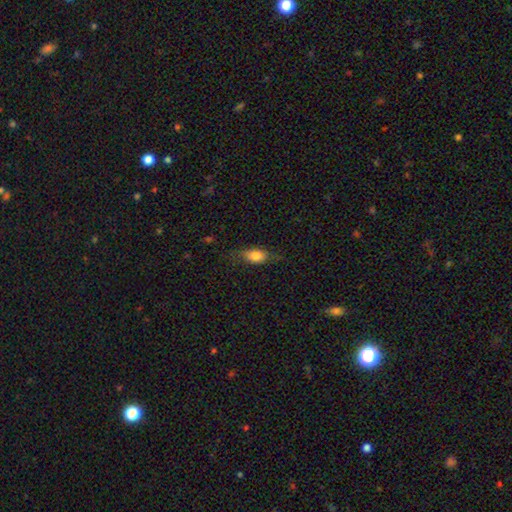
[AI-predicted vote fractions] A smooth galaxy with no disk features (78%) that is in between round and cigar-shaped (82%).

Vote fractions:
- Smooth or featured? smooth: 78% / featured or disk: 14% / star or artifact: 8%
- How rounded? in between: 82% / cigar-shaped: 10% / round: 8%
- Merging? none: 68% / minor disturbance: 23% / major disturbance: 8% / merger: 1%